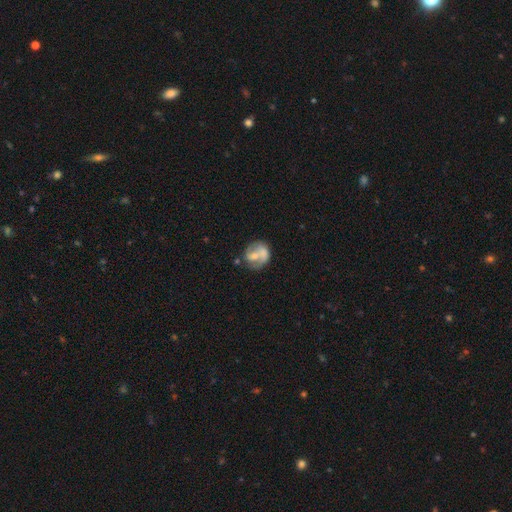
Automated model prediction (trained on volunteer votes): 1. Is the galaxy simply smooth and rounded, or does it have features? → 54% featured or disk, 39% smooth, 7% star or artifact.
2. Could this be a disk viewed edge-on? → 98% no, 2% yes.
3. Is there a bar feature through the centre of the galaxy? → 65% no, 27% weak, 8% strong.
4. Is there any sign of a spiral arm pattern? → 57% yes, 43% no.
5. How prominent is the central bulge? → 41% moderate, 36% small, 16% none, 6% large, 2% dominant.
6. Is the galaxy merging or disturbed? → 43% none, 22% merger, 21% minor disturbance, 15% major disturbance.